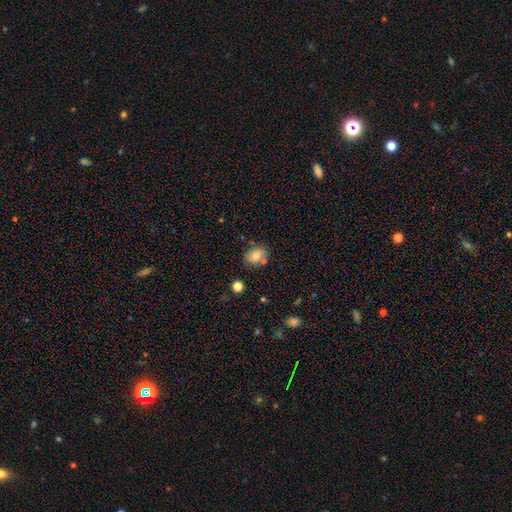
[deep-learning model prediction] Overall: smooth (74%). How rounded: in between (58%; round 41%). Merging: none (72%).